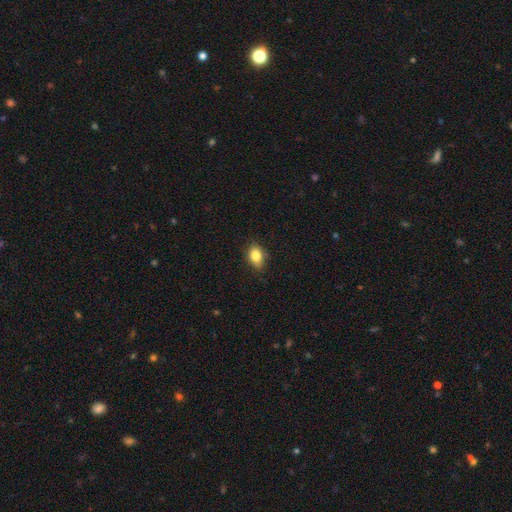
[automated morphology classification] smooth 84%, star or artifact 9%, featured or disk 7%. Down the decision tree: how rounded — in between (79%); merging — none (83%).